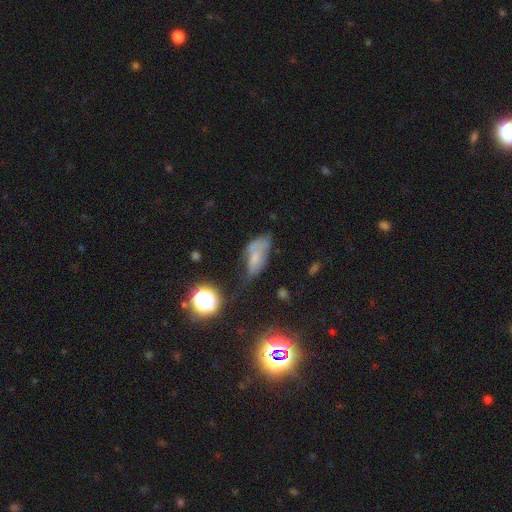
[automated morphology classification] smooth 53%, featured or disk 27%, star or artifact 20%. Down the decision tree: how rounded — in between (83%); merging — none (34%).